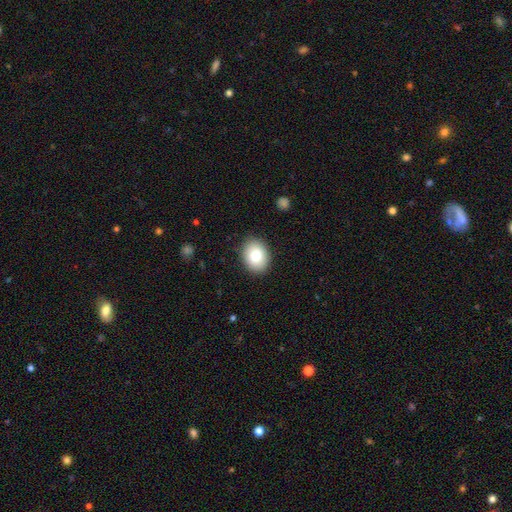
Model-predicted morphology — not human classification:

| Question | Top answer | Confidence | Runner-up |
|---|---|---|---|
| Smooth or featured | smooth | 80% | featured or disk (12%) |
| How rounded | in between | 62% | round (37%) |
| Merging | none | 88% | minor disturbance (8%) |